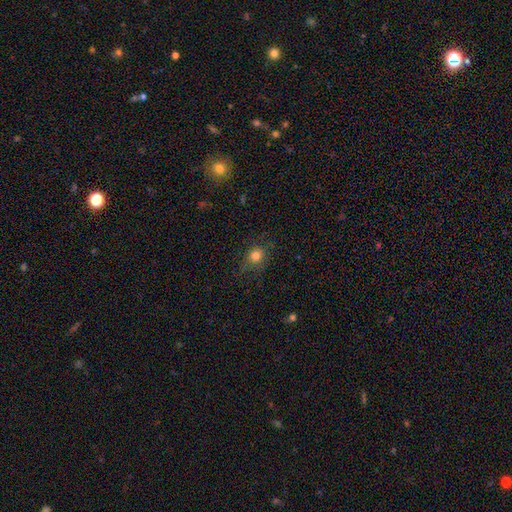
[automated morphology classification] Q: Smooth or featured?
A: smooth (78%); runner-up: star or artifact (13%)
Q: How rounded?
A: round (70%); runner-up: in between (28%)
Q: Merging?
A: none (76%); runner-up: minor disturbance (17%)